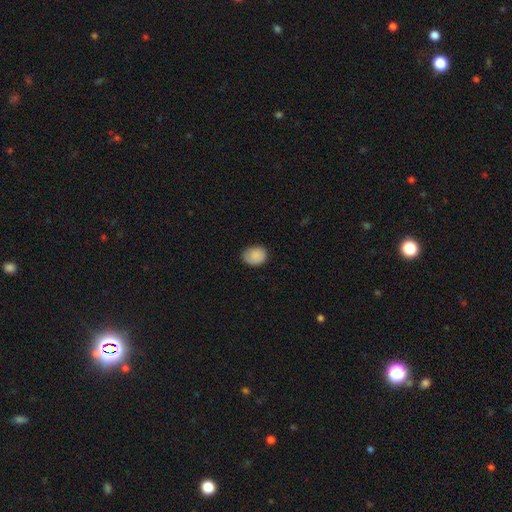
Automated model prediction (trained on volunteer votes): Morphology: type=smooth (88%); roundness=in between (56%); merging=none (77%).